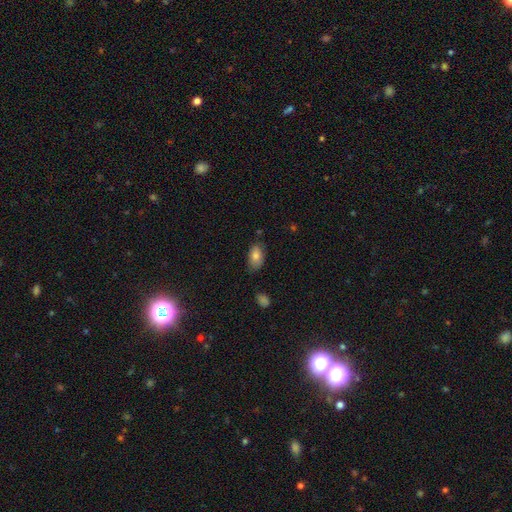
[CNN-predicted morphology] This appears to be a smooth galaxy with no disk features (82%) that is in between round and cigar-shaped (92%). Merging: none (70%).